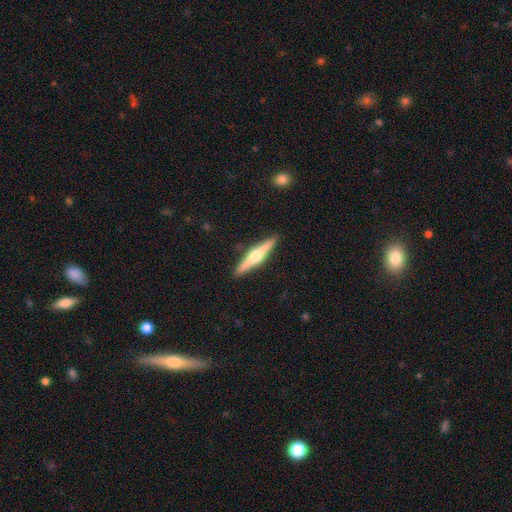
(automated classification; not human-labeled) Smooth or featured?
  - featured or disk: 68% *
  - smooth: 26%
  - star or artifact: 5%
Edge-on disk?
  - yes: 98% *
  - no: 2%
Edge-on bulge?
  - rounded: 93% *
  - boxy: 4%
  - none: 3%
Merging?
  - none: 91% *
  - minor disturbance: 6%
  - major disturbance: 1%
  - merger: 1%